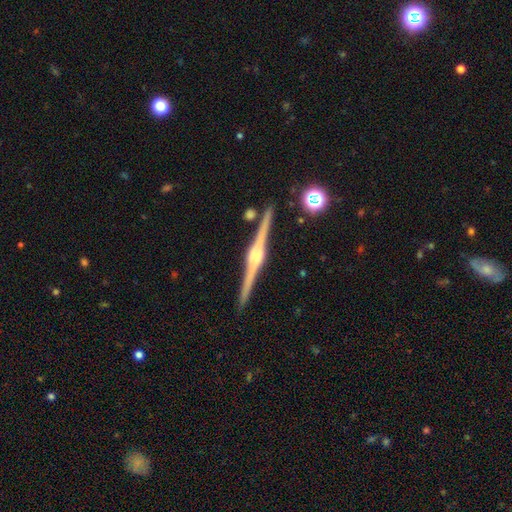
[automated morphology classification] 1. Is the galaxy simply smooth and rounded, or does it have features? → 89% featured or disk, 6% smooth, 5% star or artifact.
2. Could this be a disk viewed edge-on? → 99% yes, 1% no.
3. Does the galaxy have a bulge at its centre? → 75% rounded, 21% boxy, 4% none.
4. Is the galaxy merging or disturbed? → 90% none, 6% minor disturbance, 2% merger, 1% major disturbance.